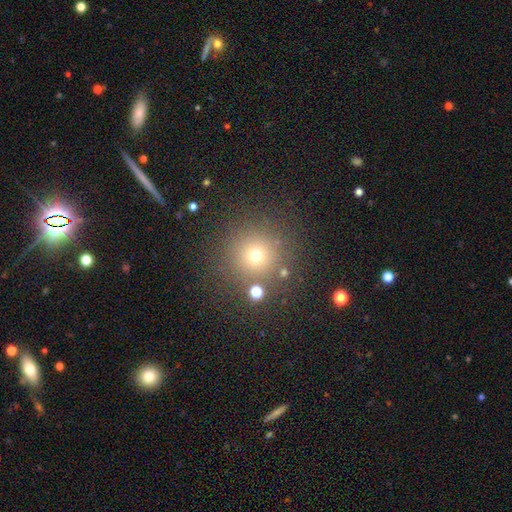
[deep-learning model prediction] Smooth or featured?
  - smooth: 67% *
  - star or artifact: 23%
  - featured or disk: 10%
How rounded?
  - round: 95% *
  - in between: 4%
  - cigar-shaped: 1%
Merging?
  - none: 84% *
  - minor disturbance: 8%
  - merger: 5%
  - major disturbance: 4%